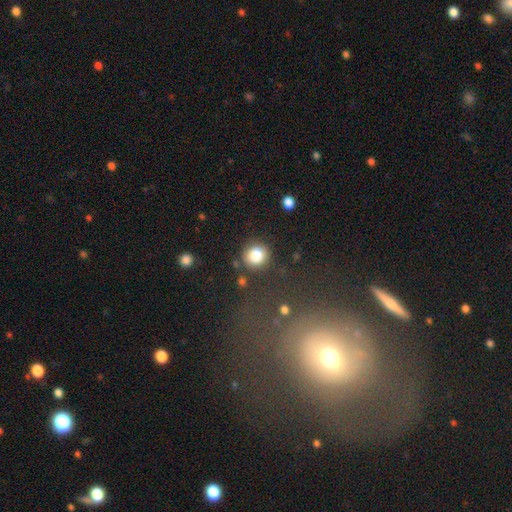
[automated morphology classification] A smooth galaxy with no disk features (84%) that is round (83%). Merging: none (83%).